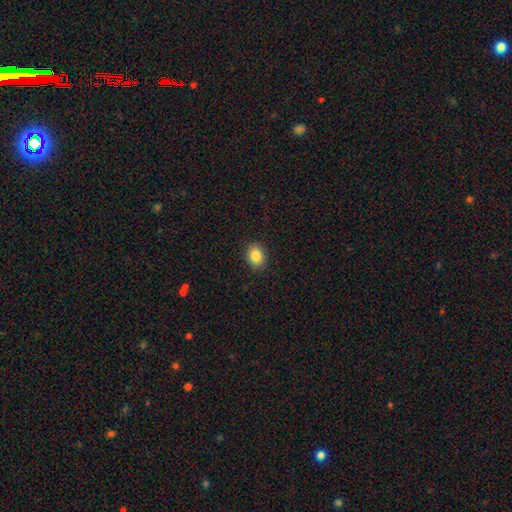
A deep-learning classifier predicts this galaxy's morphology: Smooth or featured?
  - smooth: 86% *
  - star or artifact: 9%
  - featured or disk: 5%
How rounded?
  - in between: 52% *
  - round: 47%
  - cigar-shaped: 1%
Merging?
  - none: 89% *
  - minor disturbance: 8%
  - major disturbance: 2%
  - merger: 1%